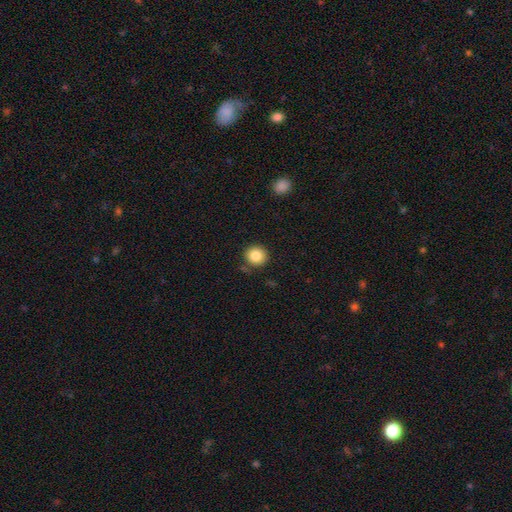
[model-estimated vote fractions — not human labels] Smooth or featured? smooth (84%)
How rounded? round (89%)
Merging? none (85%)